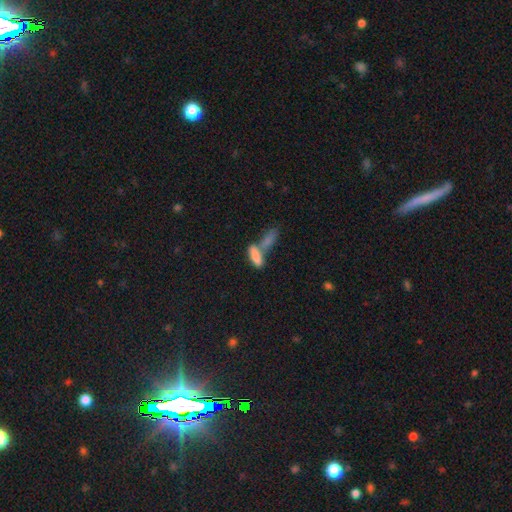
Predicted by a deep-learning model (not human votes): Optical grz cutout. It shows a smooth galaxy with no disk features (80%) that is in between round and cigar-shaped (58%). Merging: merger (58%).